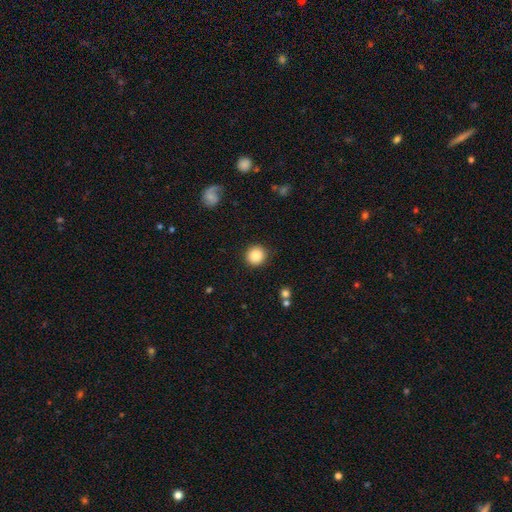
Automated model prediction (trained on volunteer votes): Smooth or featured? Predicted: smooth (p=0.87). How rounded? Predicted: round (p=0.93). Merging? Predicted: none (p=0.91).